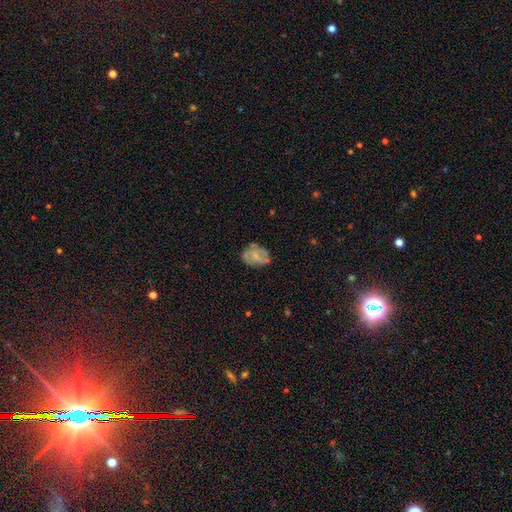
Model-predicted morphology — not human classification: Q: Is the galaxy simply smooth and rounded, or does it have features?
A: smooth — 50%.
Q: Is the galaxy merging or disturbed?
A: none — 63%.